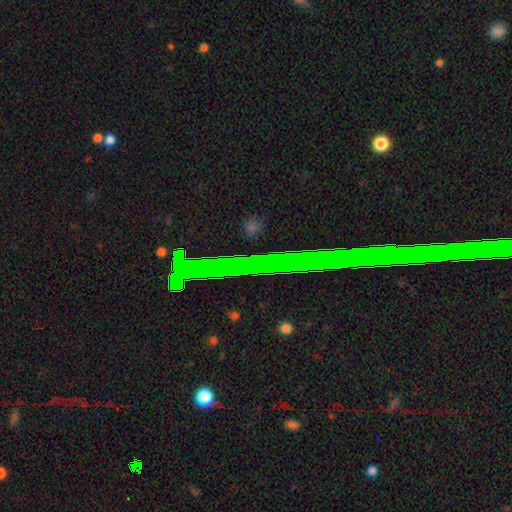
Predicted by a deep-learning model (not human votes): This is likely a star or artifact rather than a galaxy (66%).